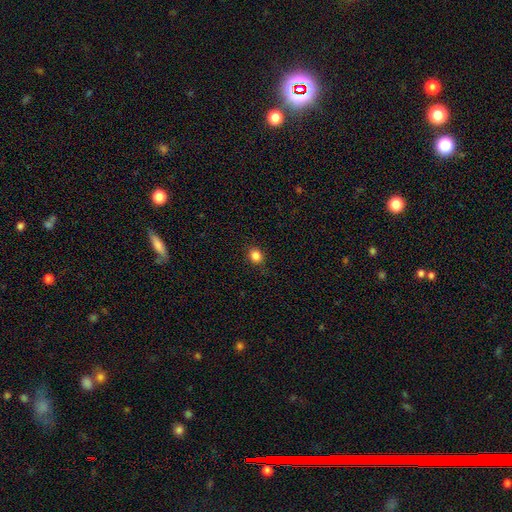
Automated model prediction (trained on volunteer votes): Smooth or featured? Predicted: smooth (p=0.84). How rounded? Predicted: round (p=0.73). Merging? Predicted: none (p=0.88).